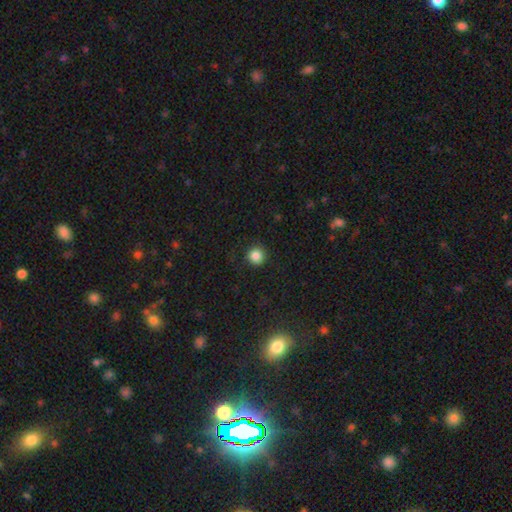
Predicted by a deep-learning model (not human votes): Overall: smooth (85%). How rounded: round (94%). Merging: none (89%).